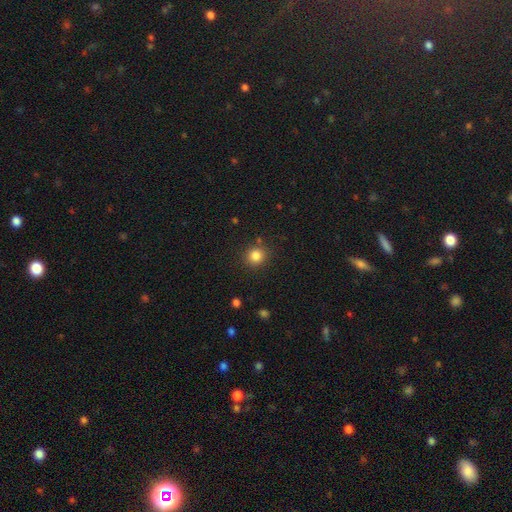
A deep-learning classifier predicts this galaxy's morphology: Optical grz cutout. It shows a smooth galaxy with no disk features (83%) that is round (90%). Merging: none (88%).